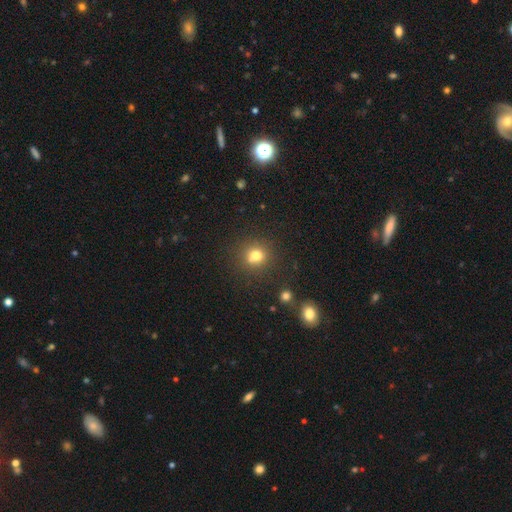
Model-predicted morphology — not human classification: smooth_or_featured: smooth (p=0.74) [alt: star or artifact p=0.16]
how_rounded: round (p=0.85) [alt: in between p=0.14]
merging: none (p=0.67) [alt: merger p=0.20]